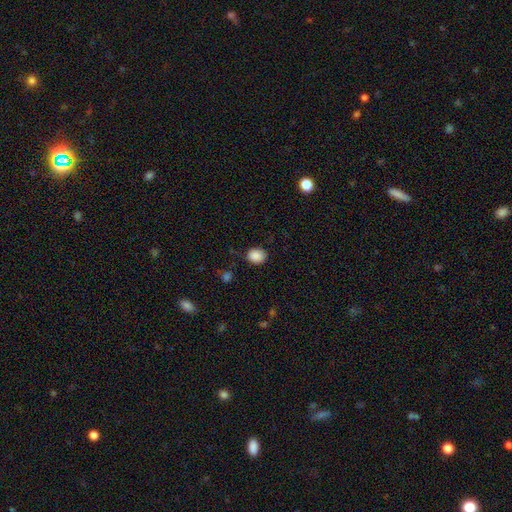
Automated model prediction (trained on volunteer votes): smooth 88%, star or artifact 9%, featured or disk 3%. Down the decision tree: how rounded — round (60%); merging — none (80%).